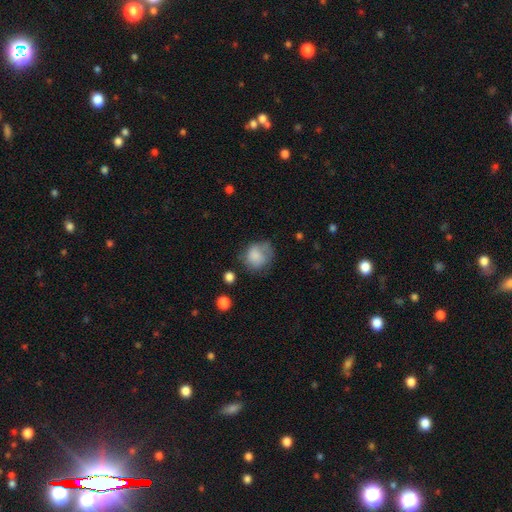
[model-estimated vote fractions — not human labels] Smooth or featured: smooth — 77% (featured or disk — 15%)
How rounded: round — 74% (in between — 25%)
Merging: none — 49% (minor disturbance — 30%)